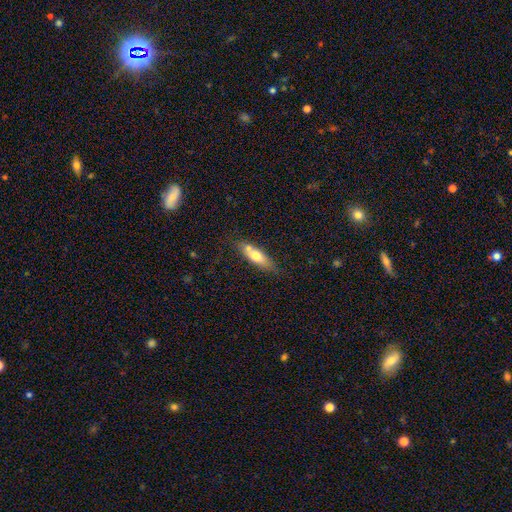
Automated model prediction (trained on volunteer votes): Morphology: type=smooth (61%); roundness=cigar-shaped (50%); merging=none (61%).